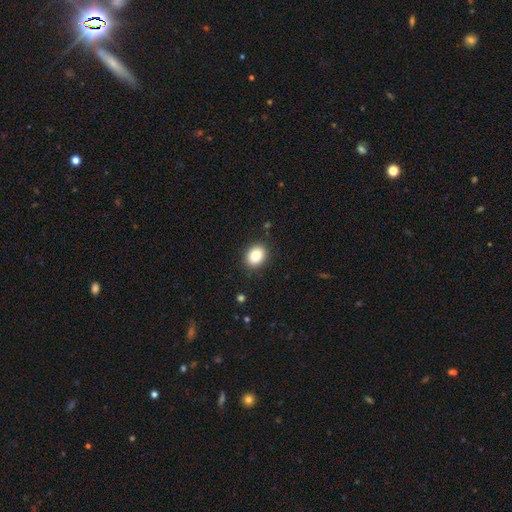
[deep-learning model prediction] smooth-or-featured: smooth: 86% | star or artifact: 9% | featured or disk: 5%
  how-rounded: in between: 56% | round: 43% | cigar-shaped: 1%
  merging: none: 88% | minor disturbance: 9% | major disturbance: 2% | merger: 1%